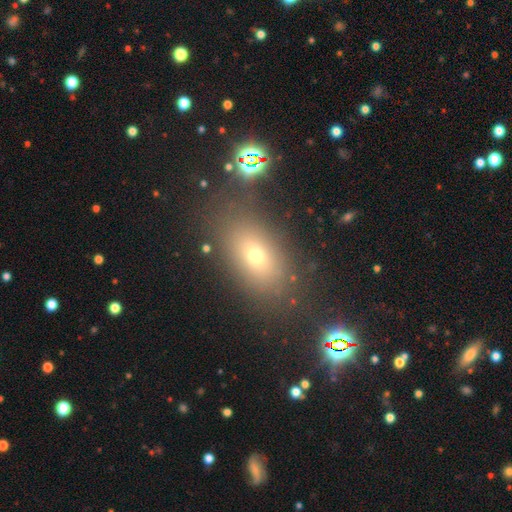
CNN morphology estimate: A smooth galaxy with no disk features (60%) that is in between round and cigar-shaped (76%). Merging: none (83%).